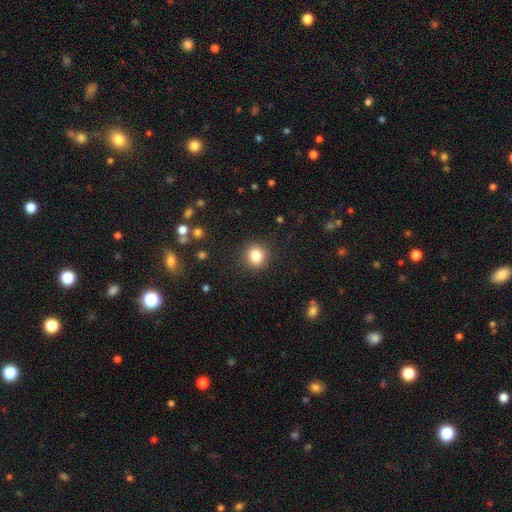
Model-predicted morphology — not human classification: Smooth or featured?
  - smooth: 83% *
  - star or artifact: 11%
  - featured or disk: 6%
How rounded?
  - round: 90% *
  - in between: 9%
  - cigar-shaped: 1%
Merging?
  - none: 91% *
  - minor disturbance: 6%
  - major disturbance: 2%
  - merger: 1%